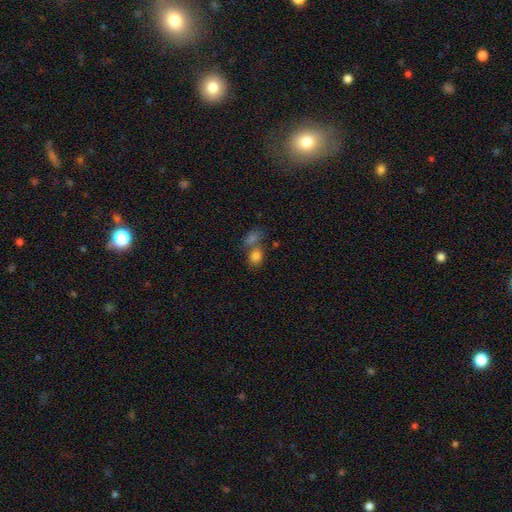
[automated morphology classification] Smooth or featured? Predicted: smooth (p=0.80). How rounded? Predicted: in between (p=0.66). Merging? Predicted: merger (p=0.51).